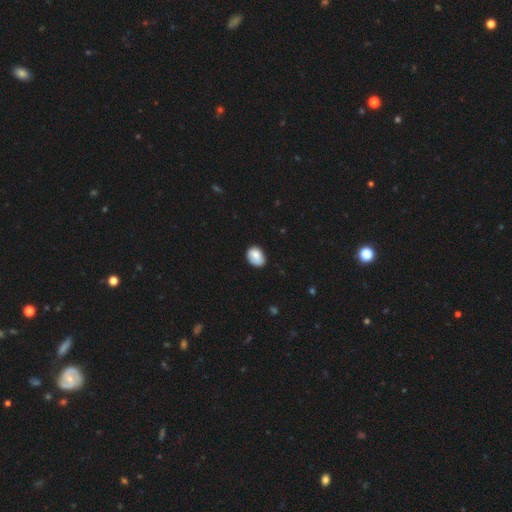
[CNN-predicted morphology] Smooth or featured? smooth (81%)
How rounded? in between (73%)
Merging? none (69%)